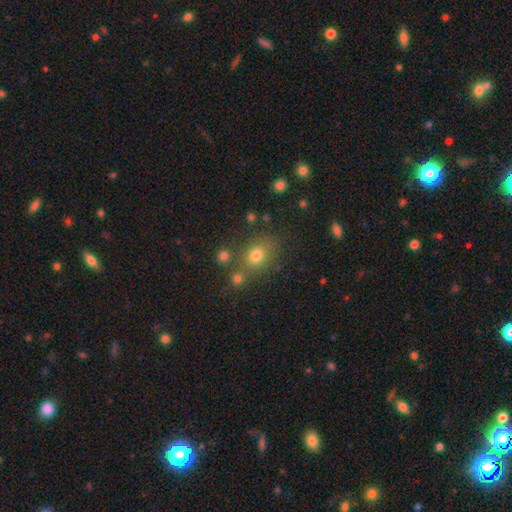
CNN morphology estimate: type=smooth (73%); roundness=round (56%); merging=none (67%).